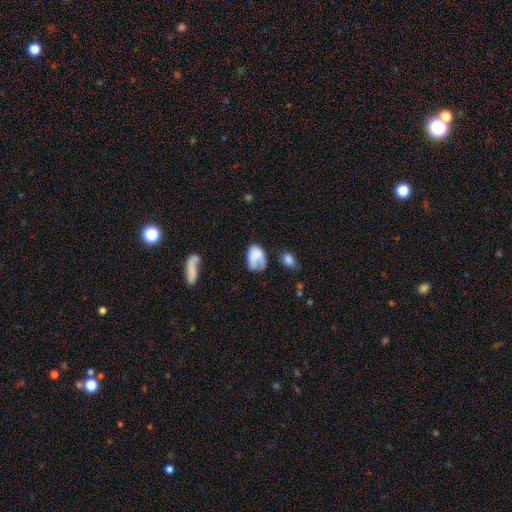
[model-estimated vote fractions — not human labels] Smooth or featured: smooth — 71% (featured or disk — 21%)
How rounded: in between — 83% (round — 15%)
Merging: none — 31% (minor disturbance — 30%)